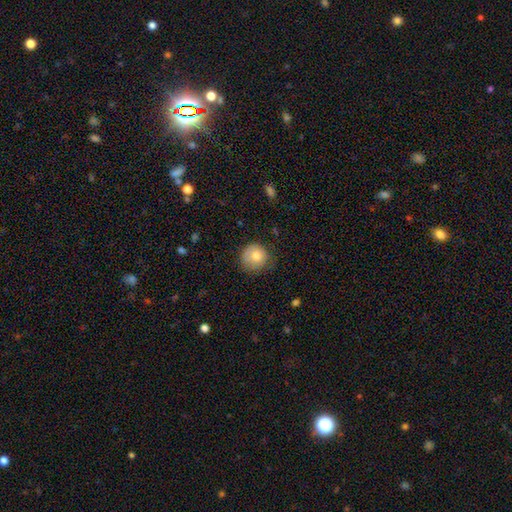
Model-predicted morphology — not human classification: smooth 79%, featured or disk 13%, star or artifact 8%. Down the decision tree: how rounded — round (90%); merging — none (67%).